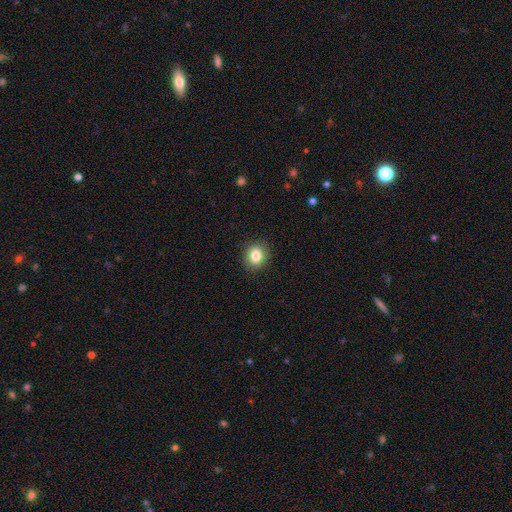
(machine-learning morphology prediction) smooth 84%, star or artifact 9%, featured or disk 7%. Down the decision tree: how rounded — round (67%); merging — none (88%).